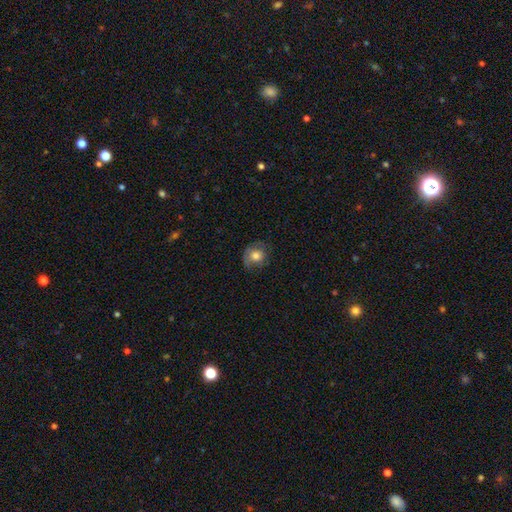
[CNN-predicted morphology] type=smooth (69%); roundness=round (78%); merging=none (63%).